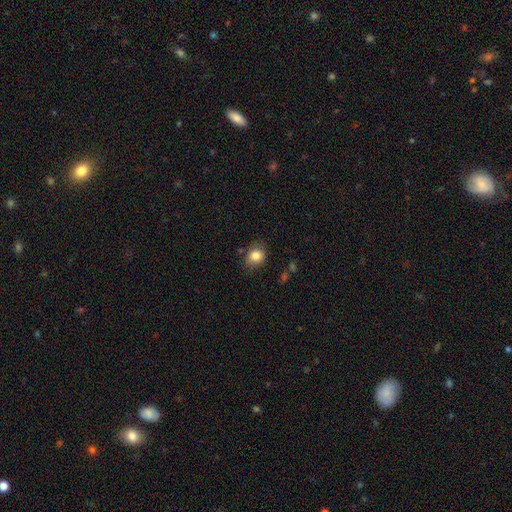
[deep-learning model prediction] Smooth or featured? Predicted: smooth (p=0.83). How rounded? Predicted: round (p=0.55). Merging? Predicted: none (p=0.77).